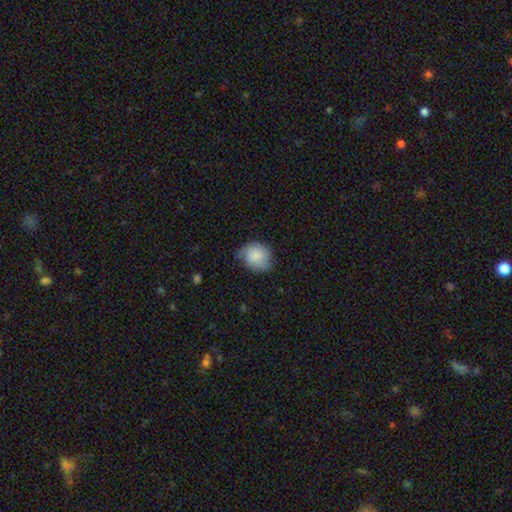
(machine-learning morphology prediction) A smooth galaxy with no disk features (77%) that is round (64%). Merging: none (50%).